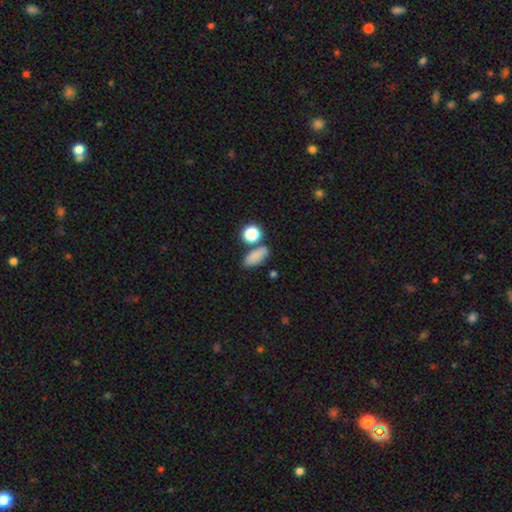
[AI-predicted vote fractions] Smooth or featured: smooth — 80% (star or artifact — 12%)
How rounded: in between — 76% (round — 13%)
Merging: none — 69% (merger — 14%)